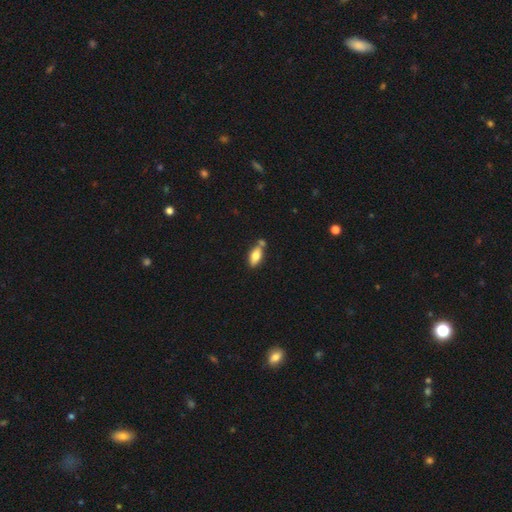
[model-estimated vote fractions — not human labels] smooth 74%, featured or disk 19%, star or artifact 7%. Down the decision tree: how rounded — in between (87%); merging — none (62%).